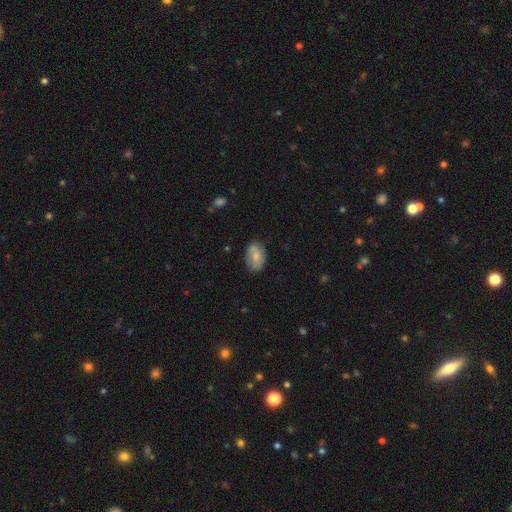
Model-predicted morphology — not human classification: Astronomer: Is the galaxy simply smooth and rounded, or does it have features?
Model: smooth — 57% (runner-up: featured or disk, 35%).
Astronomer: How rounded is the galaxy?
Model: in between — 86%.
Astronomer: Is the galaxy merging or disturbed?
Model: none — 69%.